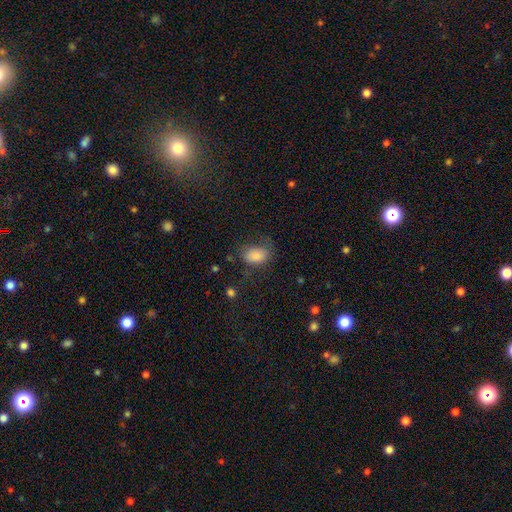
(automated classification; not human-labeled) The model was most divided on "merging": none: 58%, minor disturbance: 24%, major disturbance: 16%, merger: 2%. More confident: how rounded — in between (86%); smooth or featured — smooth (79%).